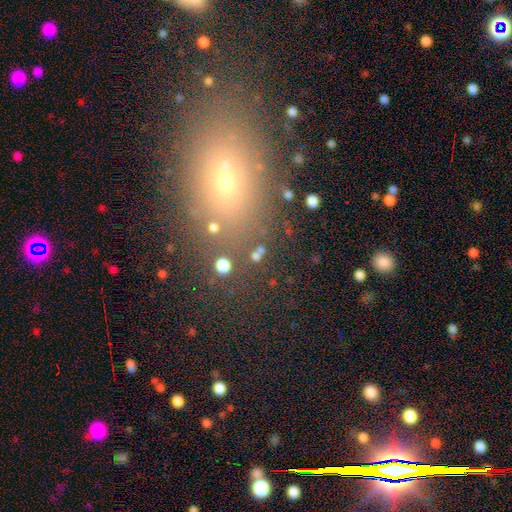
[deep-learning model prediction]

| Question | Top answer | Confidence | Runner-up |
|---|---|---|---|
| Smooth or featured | smooth | 64% | star or artifact (26%) |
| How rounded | round | 73% | in between (24%) |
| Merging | none | 73% | merger (11%) |